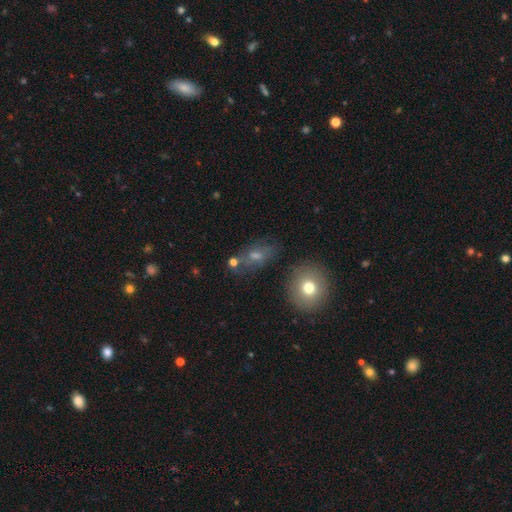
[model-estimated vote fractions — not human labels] Morphology: type=smooth (46%); merging=none (71%).